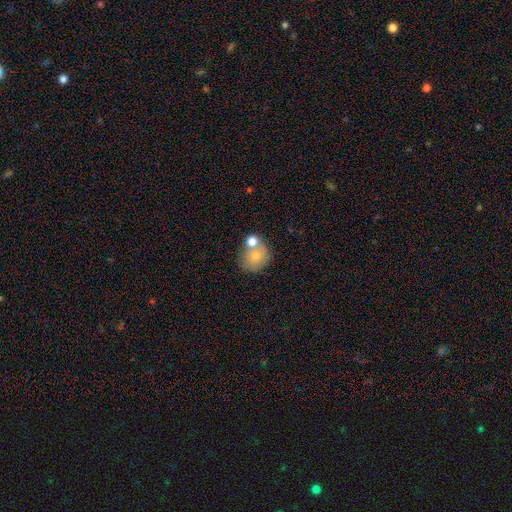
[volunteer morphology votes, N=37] smooth_or_featured: smooth (p=0.73) [alt: featured or disk p=0.22]
how_rounded: round (p=0.85) [alt: in between p=0.15]
merging: none (p=0.51) [alt: merger p=0.40]